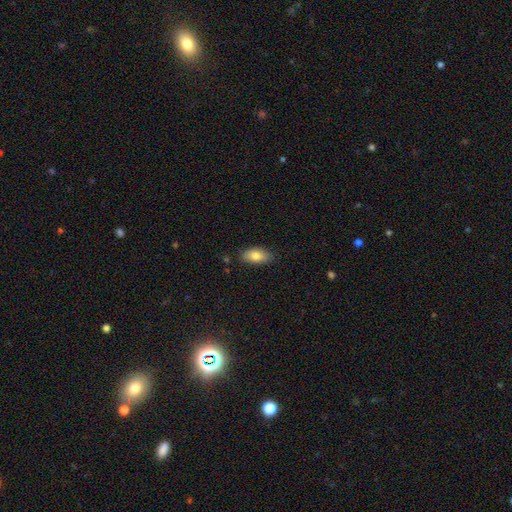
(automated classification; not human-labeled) Overall: smooth (80%). How rounded: in between (90%). Merging: none (85%).